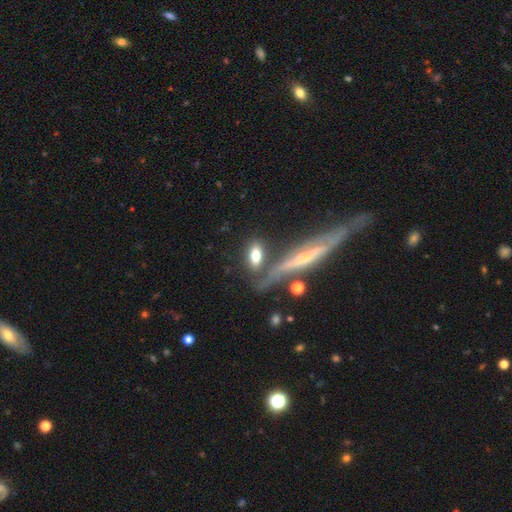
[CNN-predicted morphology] The model was most divided on "merging": none: 61%, merger: 17%, minor disturbance: 15%, major disturbance: 7%. More confident: how rounded — in between (76%); smooth or featured — smooth (71%).